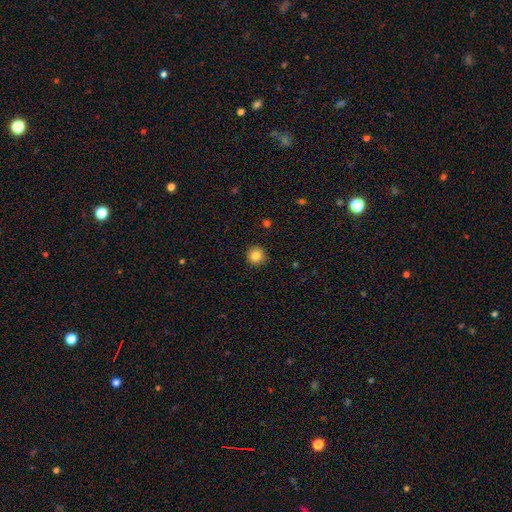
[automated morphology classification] smooth-or-featured: smooth: 85% | star or artifact: 10% | featured or disk: 5%
  how-rounded: round: 95% | in between: 4% | cigar-shaped: 1%
  merging: none: 92% | minor disturbance: 5% | major disturbance: 2% | merger: 1%